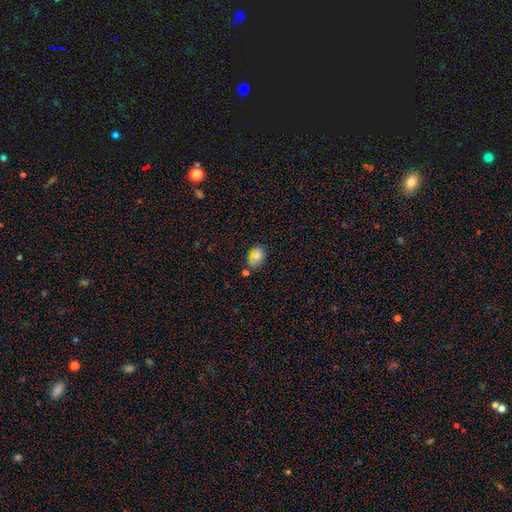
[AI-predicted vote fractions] This is likely a smooth galaxy (73%). How rounded: likely in between (72%). Merging: likely none (70%).